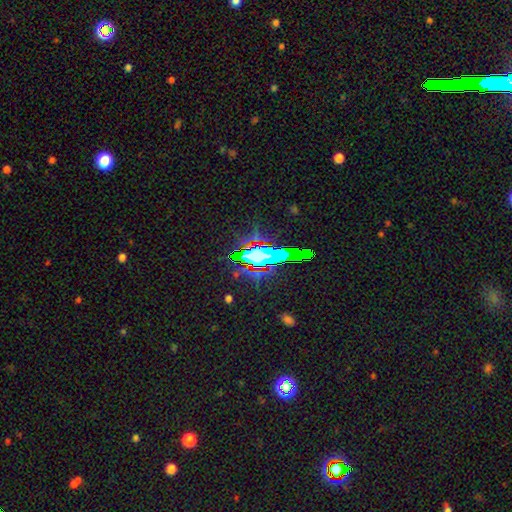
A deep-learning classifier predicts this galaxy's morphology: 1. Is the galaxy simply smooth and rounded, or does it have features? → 61% star or artifact, 23% smooth, 16% featured or disk.